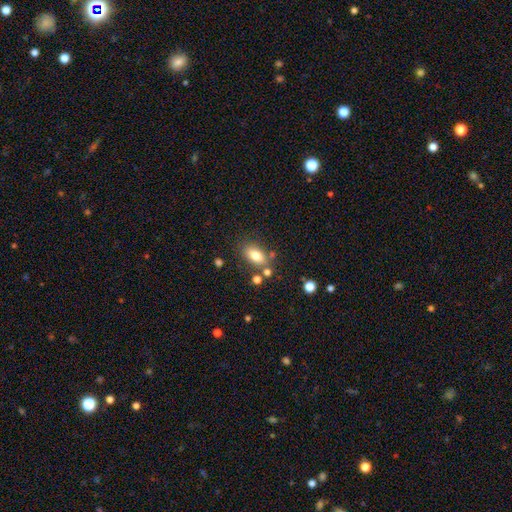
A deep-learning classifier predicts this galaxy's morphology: Smooth or featured?
  - smooth: 80% *
  - featured or disk: 11%
  - star or artifact: 9%
How rounded?
  - in between: 87% *
  - round: 8%
  - cigar-shaped: 5%
Merging?
  - none: 72% *
  - minor disturbance: 14%
  - merger: 10%
  - major disturbance: 4%